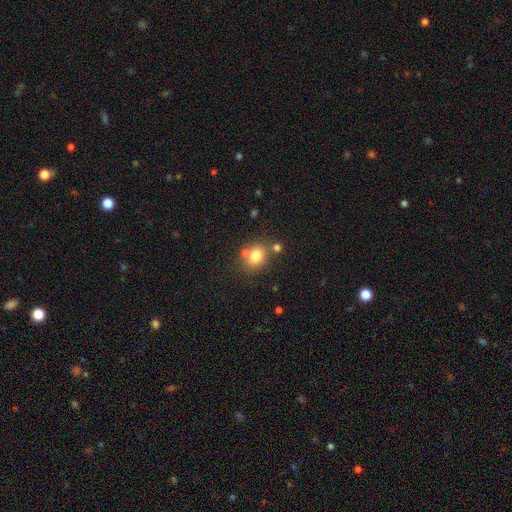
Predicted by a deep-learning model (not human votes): The model was most divided on "how rounded": round: 59%, in between: 40%, cigar-shaped: 1%. More confident: smooth or featured — smooth (77%); merging — none (63%).